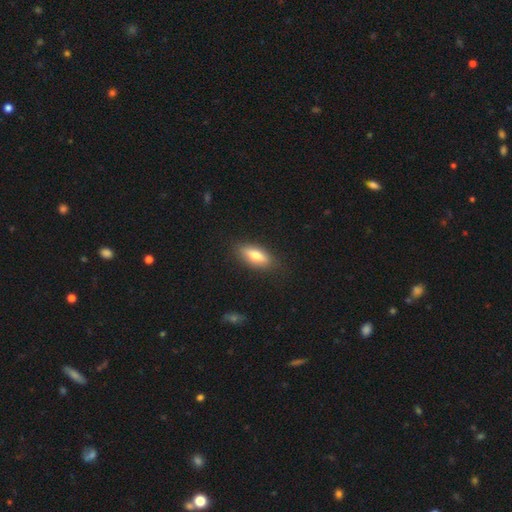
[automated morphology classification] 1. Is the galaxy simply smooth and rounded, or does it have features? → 66% smooth, 27% featured or disk, 7% star or artifact.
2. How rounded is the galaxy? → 68% in between, 29% cigar-shaped, 3% round.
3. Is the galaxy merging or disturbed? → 83% none, 13% minor disturbance, 3% major disturbance, 1% merger.